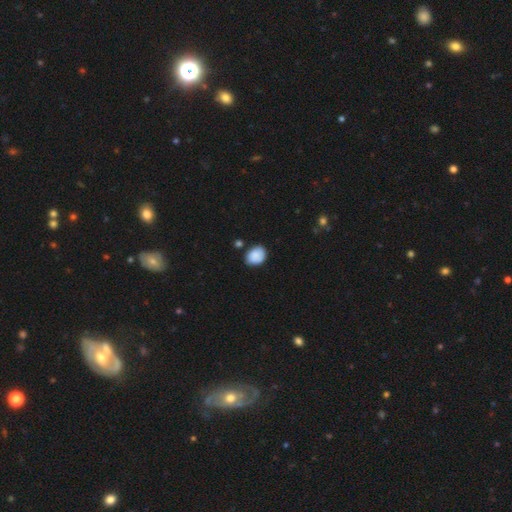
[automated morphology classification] Smooth or featured: smooth — 84% (featured or disk — 9%)
How rounded: in between — 59% (round — 40%)
Merging: none — 68% (minor disturbance — 22%)